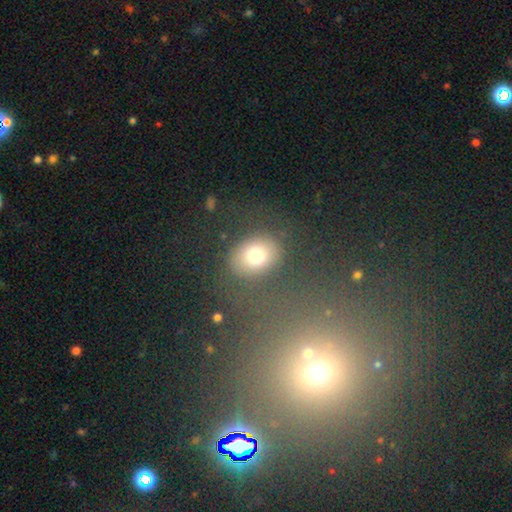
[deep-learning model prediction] A smooth galaxy with no disk features (74%) that is round (53%).

Vote fractions:
- Smooth or featured? smooth: 74% / star or artifact: 14% / featured or disk: 12%
- How rounded? round: 53% / in between: 46% / cigar-shaped: 1%
- Merging? none: 77% / minor disturbance: 12% / major disturbance: 8% / merger: 4%